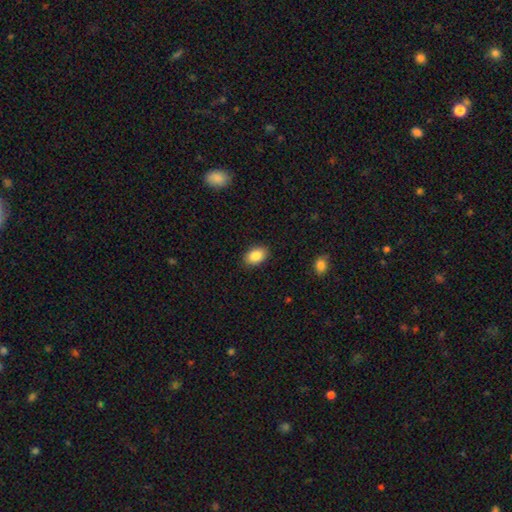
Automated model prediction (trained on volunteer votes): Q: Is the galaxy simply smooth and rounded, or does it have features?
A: smooth — 87%.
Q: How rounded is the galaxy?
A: in between — 89%.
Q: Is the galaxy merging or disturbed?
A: none — 88%.